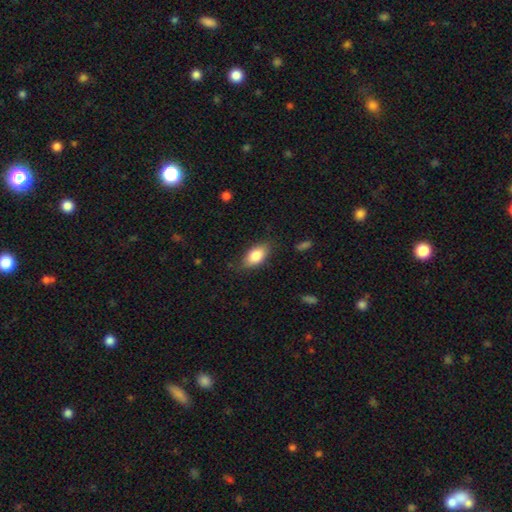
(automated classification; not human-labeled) This appears to be a smooth galaxy with no disk features (81%) that is in between round and cigar-shaped (89%). Merging: none (78%).